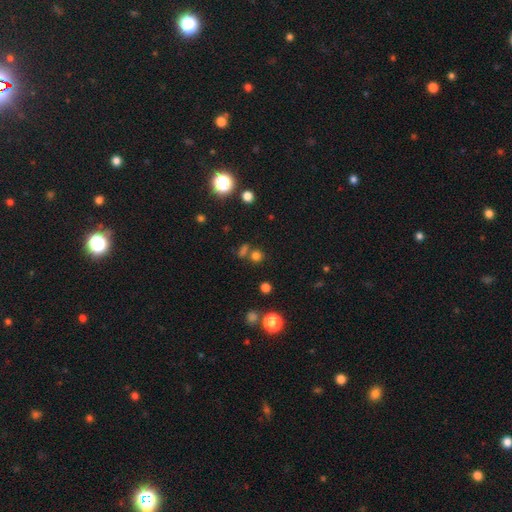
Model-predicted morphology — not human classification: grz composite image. It shows a smooth galaxy with no disk features (69%) that is round (86%). Merging: none (66%).